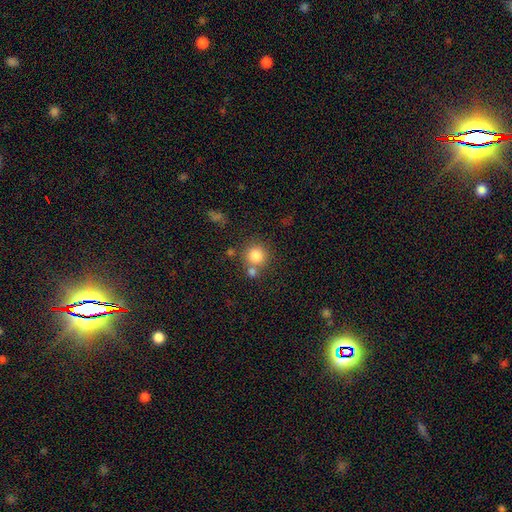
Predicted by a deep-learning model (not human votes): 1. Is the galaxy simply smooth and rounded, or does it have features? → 82% smooth, 11% star or artifact, 7% featured or disk.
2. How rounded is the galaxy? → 92% round, 7% in between, 1% cigar-shaped.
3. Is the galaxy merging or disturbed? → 66% none, 22% merger, 9% minor disturbance, 4% major disturbance.